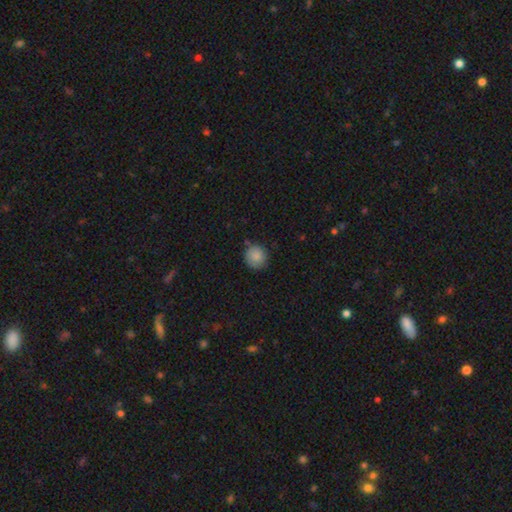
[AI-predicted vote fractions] smooth-or-featured: smooth: 87% | star or artifact: 8% | featured or disk: 5%
  how-rounded: round: 89% | in between: 10% | cigar-shaped: 1%
  merging: none: 79% | minor disturbance: 16% | major disturbance: 3% | merger: 3%